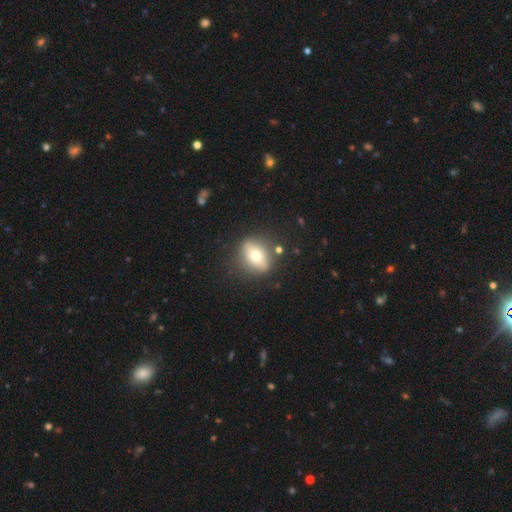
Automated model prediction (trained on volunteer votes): smooth-or-featured: smooth: 48% | featured or disk: 43% | star or artifact: 8%
  merging: none: 82% | minor disturbance: 11% | major disturbance: 4% | merger: 2%